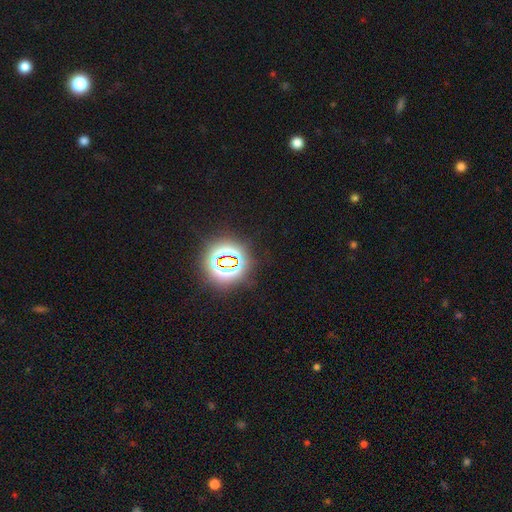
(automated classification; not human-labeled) smooth_or_featured: star or artifact (p=0.82) [alt: smooth p=0.12]